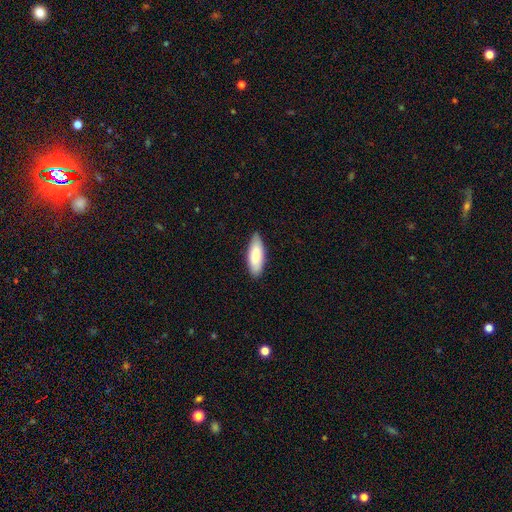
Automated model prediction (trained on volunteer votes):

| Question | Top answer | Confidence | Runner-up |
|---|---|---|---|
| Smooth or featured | smooth | 81% | featured or disk (14%) |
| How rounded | in between | 70% | cigar-shaped (28%) |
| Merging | none | 84% | minor disturbance (13%) |